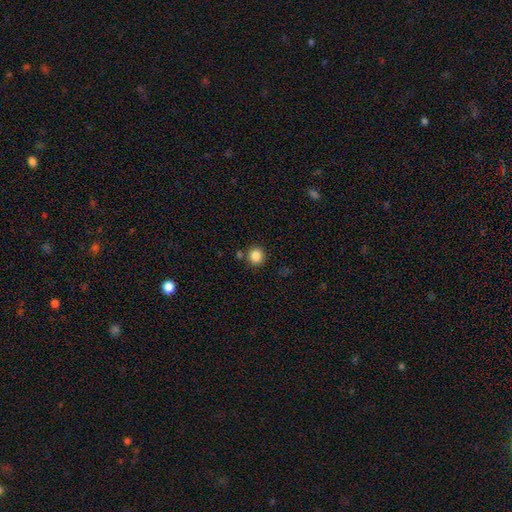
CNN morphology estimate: This appears to be a smooth galaxy with no disk features (86%) that is round (88%). Merging: none (83%).